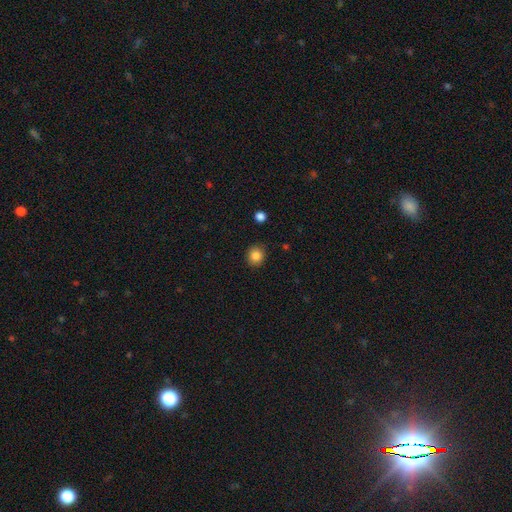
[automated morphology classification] smooth-or-featured: smooth: 85% | star or artifact: 10% | featured or disk: 5%
  how-rounded: round: 82% | in between: 17% | cigar-shaped: 1%
  merging: none: 88% | minor disturbance: 9% | major disturbance: 2% | merger: 1%